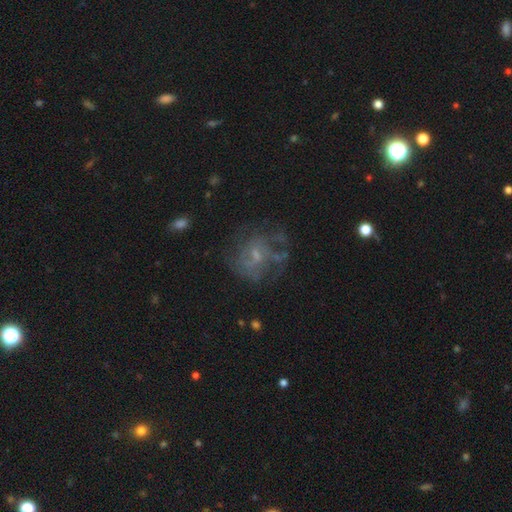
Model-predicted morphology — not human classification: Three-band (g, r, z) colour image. It shows a featured or disk galaxy (64%) with no bar (64%), spiral arms (58%) and a small central bulge (58%). Merging: none (57%).